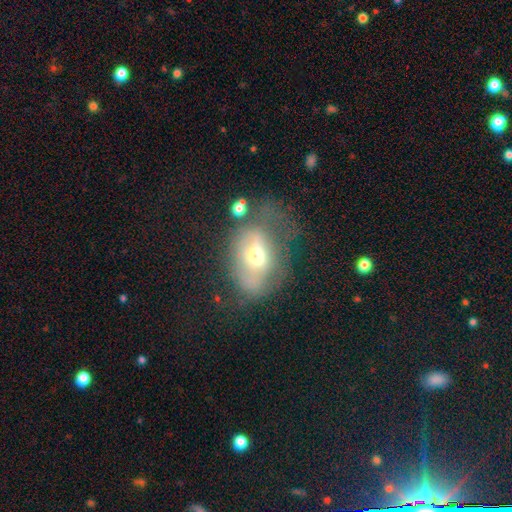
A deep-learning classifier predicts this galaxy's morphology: A smooth galaxy with no disk features (48%).

Vote fractions:
- Smooth or featured? smooth: 48% / featured or disk: 41% / star or artifact: 11%
- Merging? major disturbance: 36% / none: 31% / minor disturbance: 27% / merger: 6%